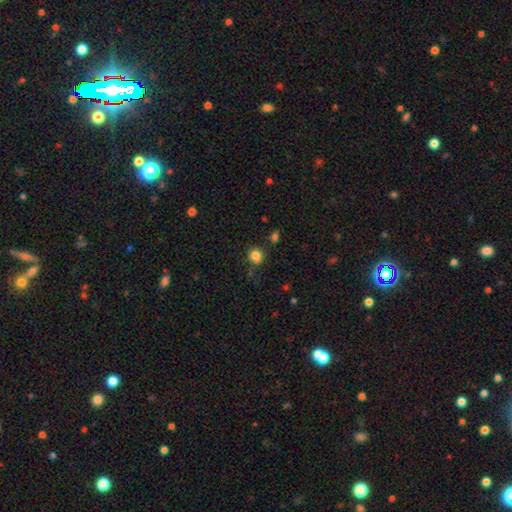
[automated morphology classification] The model was most divided on "merging": none: 75%, minor disturbance: 14%, merger: 7%, major disturbance: 4%. More confident: how rounded — round (85%); smooth or featured — smooth (82%).